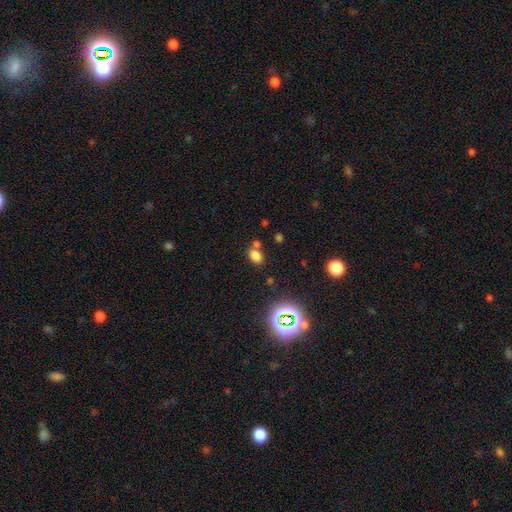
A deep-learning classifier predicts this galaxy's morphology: smooth 74%, star or artifact 19%, featured or disk 7%. Down the decision tree: how rounded — in between (73%); merging — none (63%).